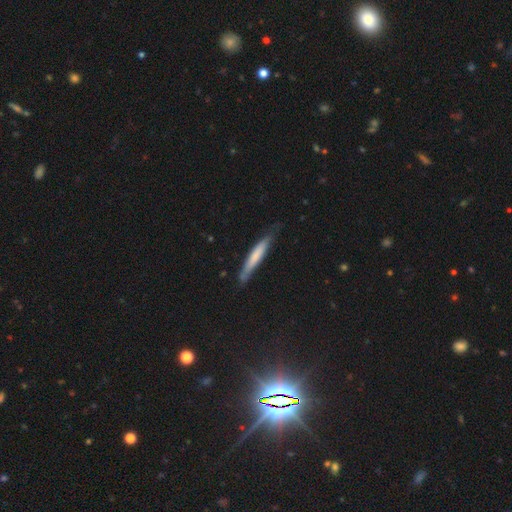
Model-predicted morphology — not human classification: A smooth galaxy with no disk features (63%) that is cigar-shaped (94%).

Vote fractions:
- Smooth or featured? smooth: 63% / featured or disk: 31% / star or artifact: 5%
- How rounded? cigar-shaped: 94% / in between: 5% / round: 1%
- Merging? none: 74% / minor disturbance: 21% / major disturbance: 3% / merger: 2%